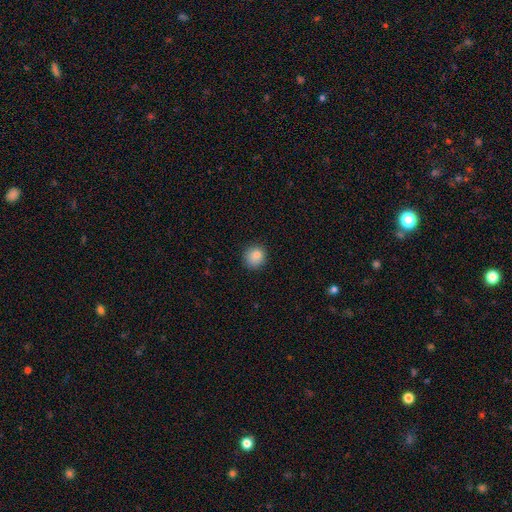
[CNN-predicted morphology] Smooth or featured? smooth (83%)
How rounded? round (88%)
Merging? none (88%)